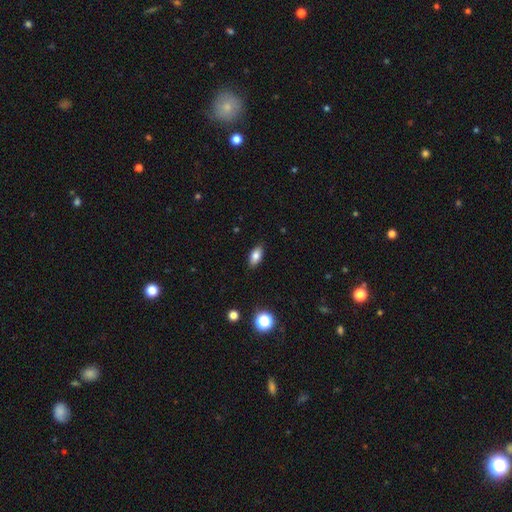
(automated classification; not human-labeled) A smooth galaxy with no disk features (82%) that is in between round and cigar-shaped (88%).

Vote fractions:
- Smooth or featured? smooth: 82% / featured or disk: 10% / star or artifact: 9%
- How rounded? in between: 88% / cigar-shaped: 7% / round: 4%
- Merging? none: 88% / minor disturbance: 9% / major disturbance: 2% / merger: 1%